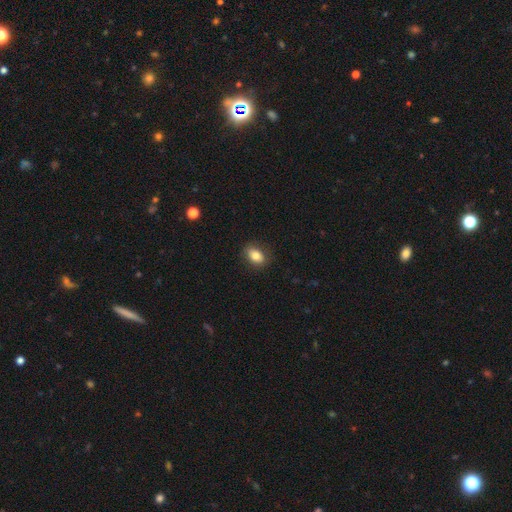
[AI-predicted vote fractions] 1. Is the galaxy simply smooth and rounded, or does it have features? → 81% smooth, 10% featured or disk, 9% star or artifact.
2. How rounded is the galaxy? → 78% in between, 20% round, 2% cigar-shaped.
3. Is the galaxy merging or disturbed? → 83% none, 13% minor disturbance, 3% major disturbance, 1% merger.